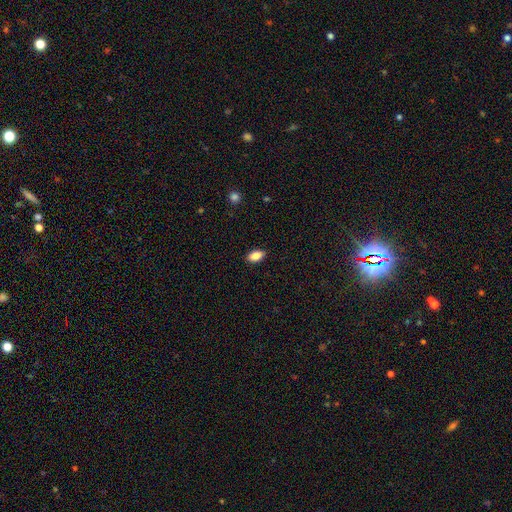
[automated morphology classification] Smooth or featured? smooth (86%)
How rounded? in between (90%)
Merging? none (88%)